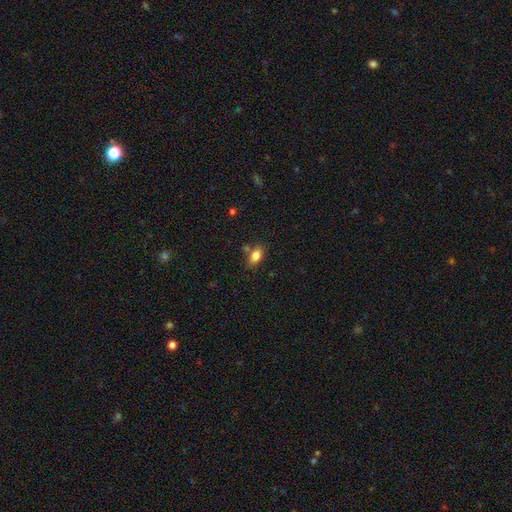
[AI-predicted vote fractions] smooth_or_featured: smooth (p=0.83) [alt: star or artifact p=0.10]
how_rounded: in between (p=0.86) [alt: round p=0.11]
merging: none (p=0.69) [alt: minor disturbance p=0.15]